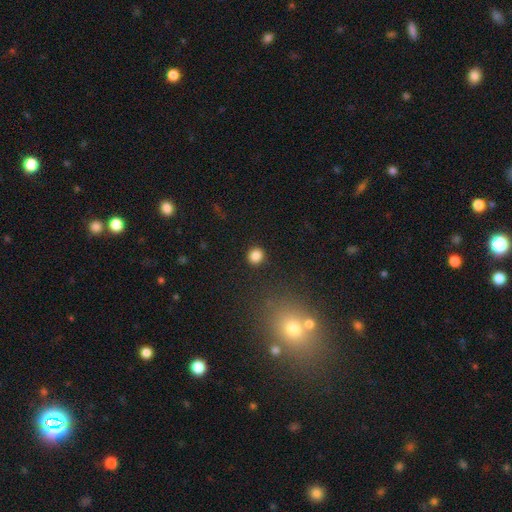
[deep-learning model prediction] smooth-or-featured: smooth: 85% | star or artifact: 11% | featured or disk: 4%
  how-rounded: round: 89% | in between: 10% | cigar-shaped: 1%
  merging: none: 91% | minor disturbance: 6% | major disturbance: 2% | merger: 1%